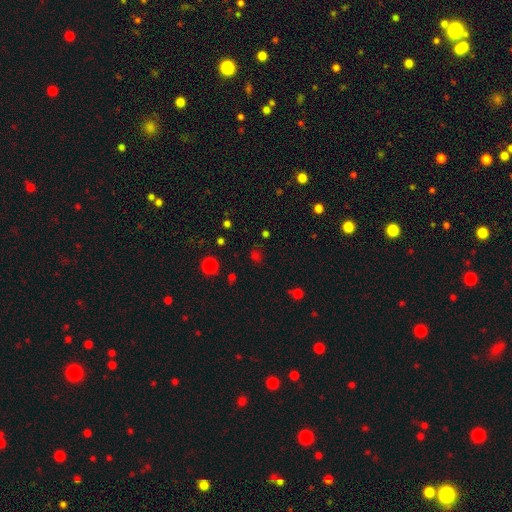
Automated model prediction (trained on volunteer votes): Overall: smooth (54%; star or artifact 39%). How rounded: round (67%; in between 31%). Merging: none (76%).